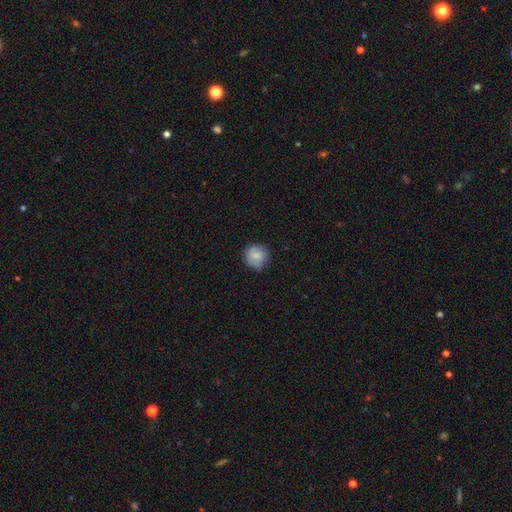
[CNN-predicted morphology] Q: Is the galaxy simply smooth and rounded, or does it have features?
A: smooth — 78%.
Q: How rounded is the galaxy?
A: round — 89%.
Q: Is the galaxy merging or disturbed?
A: none — 76%.